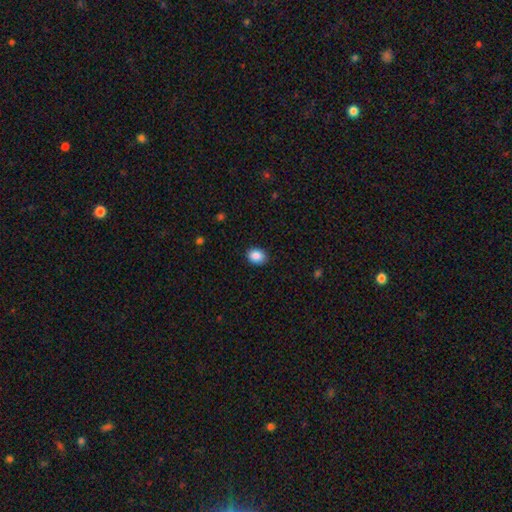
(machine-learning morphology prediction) This is clearly a smooth galaxy (88%). How rounded: possibly in between (54%). Merging: clearly none (89%).